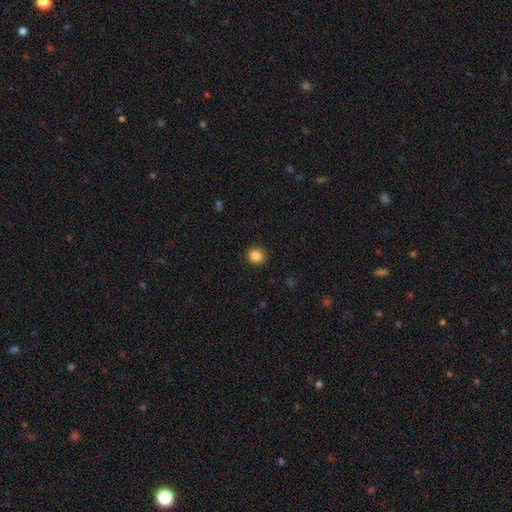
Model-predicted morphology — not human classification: Smooth or featured: smooth — 87% (star or artifact — 10%)
How rounded: round — 88% (in between — 11%)
Merging: none — 91% (minor disturbance — 6%)